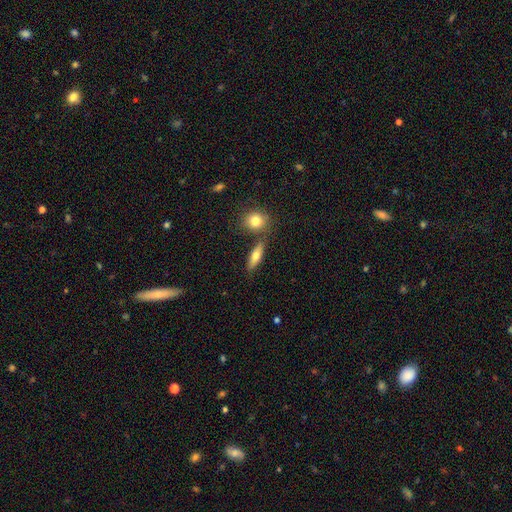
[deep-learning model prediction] This appears to be a smooth galaxy with no disk features (66%) that is in between round and cigar-shaped (52%). Merging: none (73%).